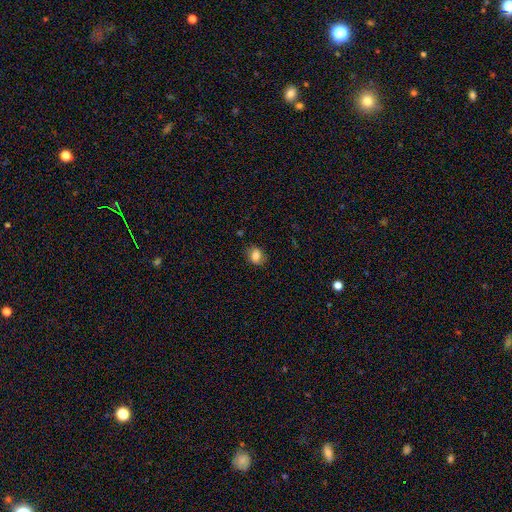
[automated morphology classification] A smooth galaxy with no disk features (82%) that is in between round and cigar-shaped (55%). Merging: none (79%).